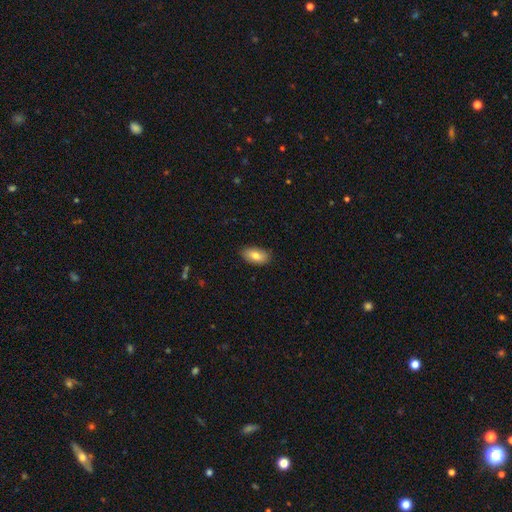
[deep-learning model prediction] smooth_or_featured: smooth (p=0.78) [alt: featured or disk p=0.15]
how_rounded: in between (p=0.92) [alt: round p=0.04]
merging: none (p=0.85) [alt: minor disturbance p=0.12]